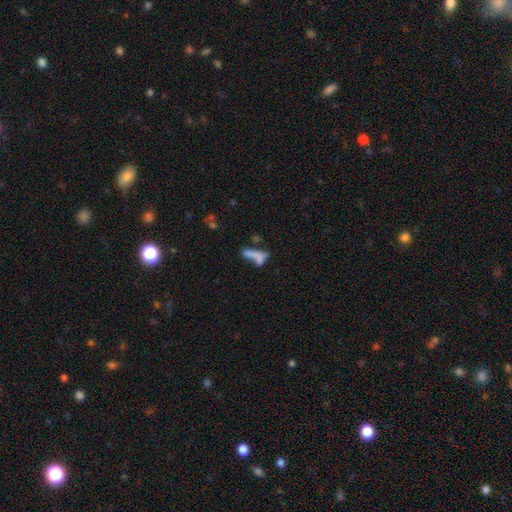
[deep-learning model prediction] smooth_or_featured: smooth (p=0.63) [alt: featured or disk p=0.23]
how_rounded: in between (p=0.50) [alt: cigar-shaped p=0.43]
merging: merger (p=0.46) [alt: none p=0.26]